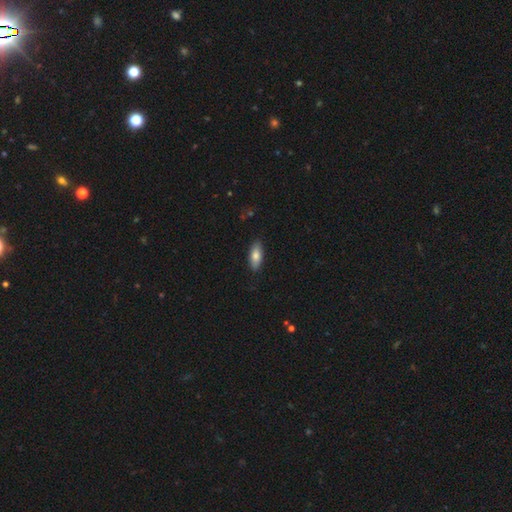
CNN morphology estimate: Smooth or featured?
  - smooth: 78% *
  - featured or disk: 16%
  - star or artifact: 6%
How rounded?
  - in between: 79% *
  - cigar-shaped: 19%
  - round: 2%
Merging?
  - none: 87% *
  - minor disturbance: 10%
  - major disturbance: 2%
  - merger: 1%